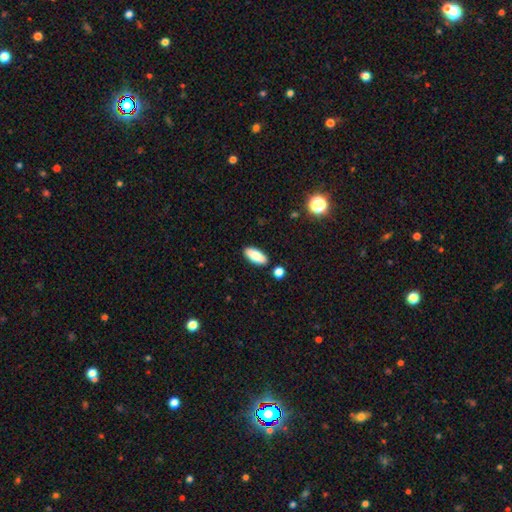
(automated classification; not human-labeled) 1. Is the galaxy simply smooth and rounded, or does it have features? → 82% smooth, 11% featured or disk, 7% star or artifact.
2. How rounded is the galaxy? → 84% in between, 14% cigar-shaped, 2% round.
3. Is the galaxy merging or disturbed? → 87% none, 8% minor disturbance, 3% merger, 2% major disturbance.